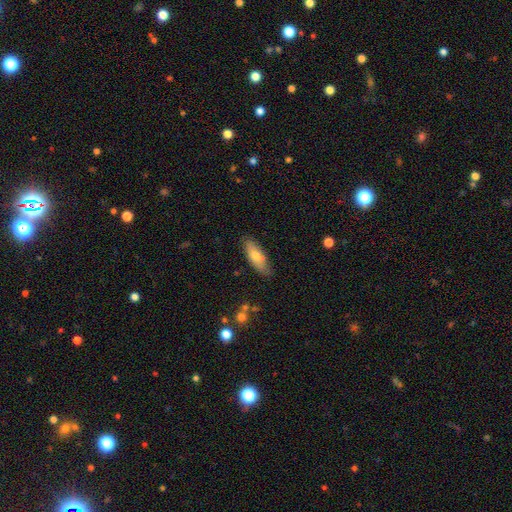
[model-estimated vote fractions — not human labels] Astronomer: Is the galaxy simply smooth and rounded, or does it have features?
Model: smooth — 71%.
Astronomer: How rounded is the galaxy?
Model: in between — 63%.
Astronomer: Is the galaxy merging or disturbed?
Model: none — 79%.